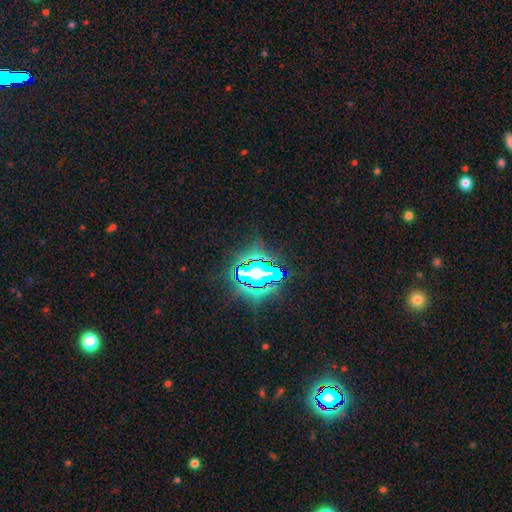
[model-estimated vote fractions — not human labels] This is clearly a star or artifact rather than a galaxy (82%).